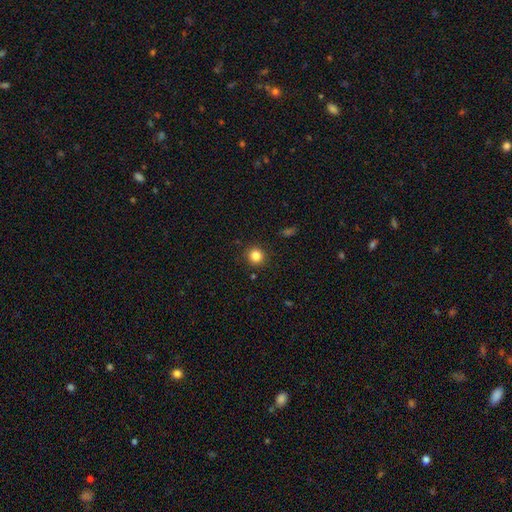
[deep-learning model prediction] This appears to be a smooth galaxy with no disk features (83%) that is round (90%). Merging: none (90%).